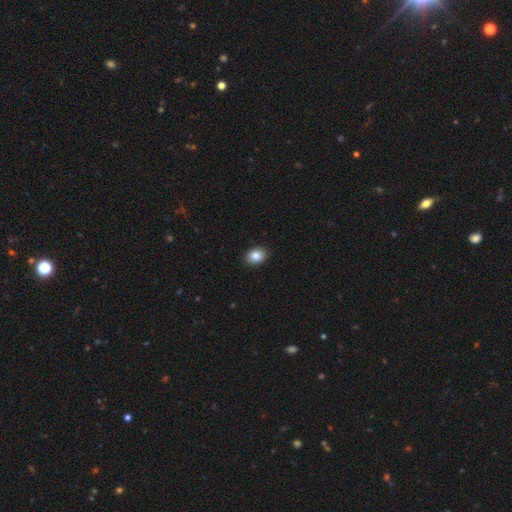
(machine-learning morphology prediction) Smooth or featured?
  - smooth: 85% *
  - star or artifact: 9%
  - featured or disk: 6%
How rounded?
  - in between: 66% *
  - round: 33%
  - cigar-shaped: 1%
Merging?
  - none: 90% *
  - minor disturbance: 7%
  - major disturbance: 2%
  - merger: 1%